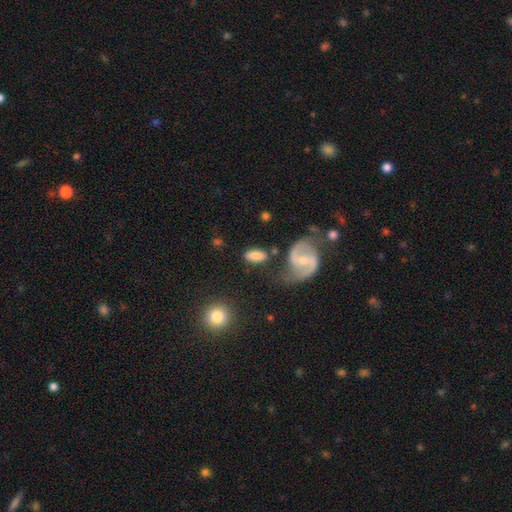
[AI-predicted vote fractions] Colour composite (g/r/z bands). It shows a smooth galaxy with no disk features (68%) that is in between round and cigar-shaped (88%). Merging: none (66%).